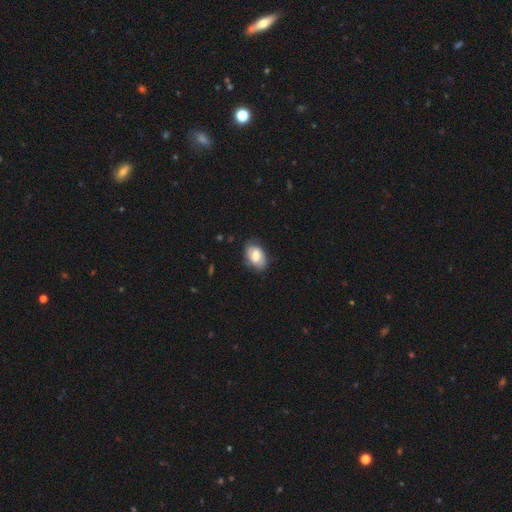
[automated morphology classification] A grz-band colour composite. It shows a smooth galaxy with no disk features (63%) that is in between round and cigar-shaped (86%). Merging: none (71%).